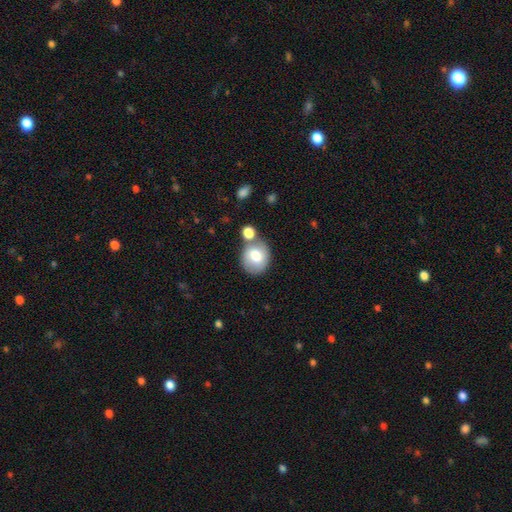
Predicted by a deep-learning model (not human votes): Q: Smooth or featured?
A: smooth (73%); runner-up: featured or disk (19%)
Q: How rounded?
A: round (68%); runner-up: in between (31%)
Q: Merging?
A: none (57%); runner-up: merger (22%)